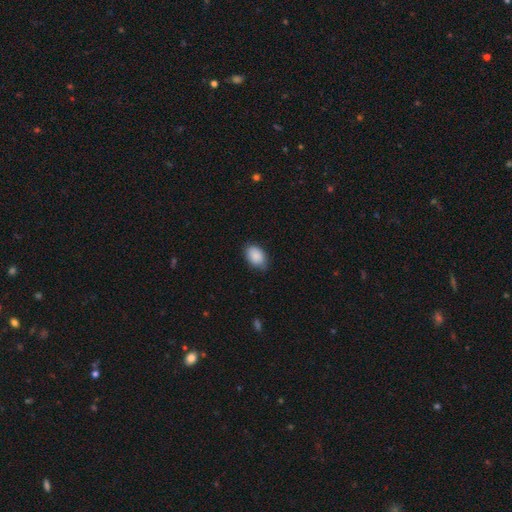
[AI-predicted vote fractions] A smooth galaxy with no disk features (89%) that is in between round and cigar-shaped (87%). Merging: none (77%).